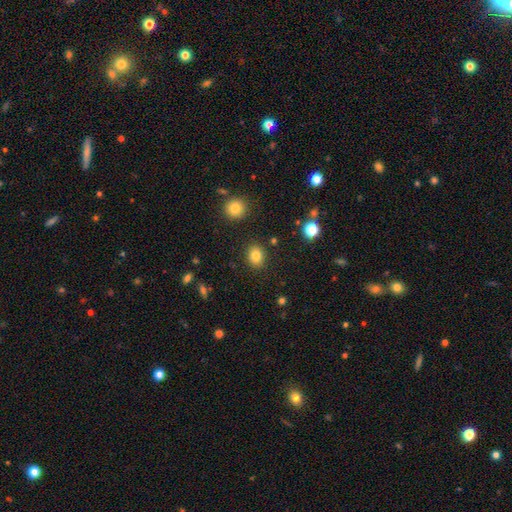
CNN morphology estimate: Overall: smooth (82%). How rounded: round (56%; in between 43%). Merging: none (87%).